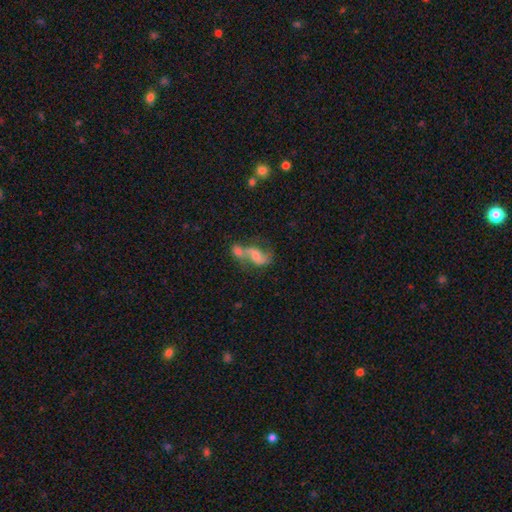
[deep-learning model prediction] Smooth or featured? featured or disk (62%)
Edge-on disk? no (95%)
Bar? no (54%)
Spiral arms? yes (80%)
Bulge size? moderate (42%)
Merging? merger (56%)